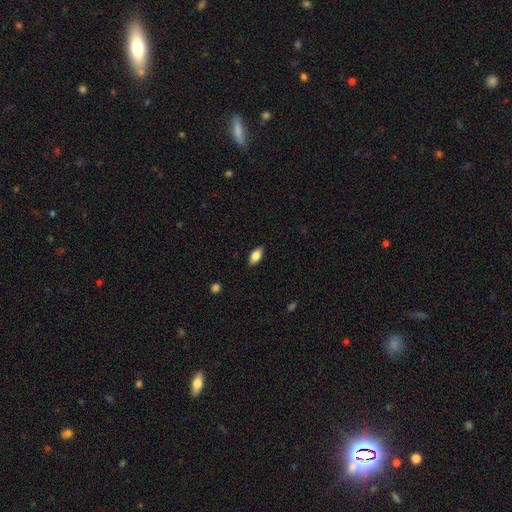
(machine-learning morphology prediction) A smooth galaxy with no disk features (83%) that is in between round and cigar-shaped (89%).

Vote fractions:
- Smooth or featured? smooth: 83% / featured or disk: 10% / star or artifact: 7%
- How rounded? in between: 89% / cigar-shaped: 8% / round: 3%
- Merging? none: 88% / minor disturbance: 9% / major disturbance: 2% / merger: 1%